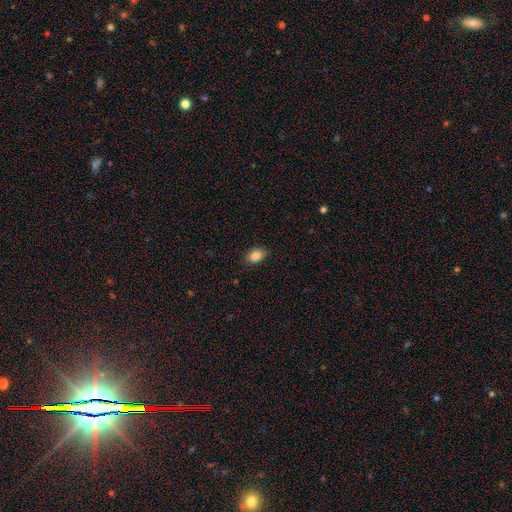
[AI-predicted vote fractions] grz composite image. It shows a smooth galaxy with no disk features (86%) that is in between round and cigar-shaped (83%). Merging: none (87%).